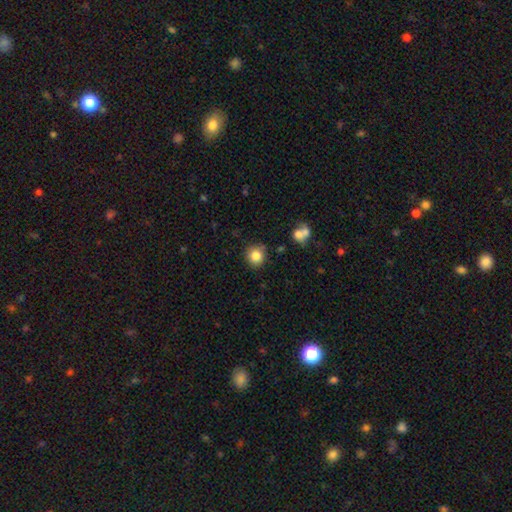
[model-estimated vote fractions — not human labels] The model was most divided on "smooth or featured": smooth: 84%, star or artifact: 10%, featured or disk: 6%. More confident: how rounded — round (91%); merging — none (84%).